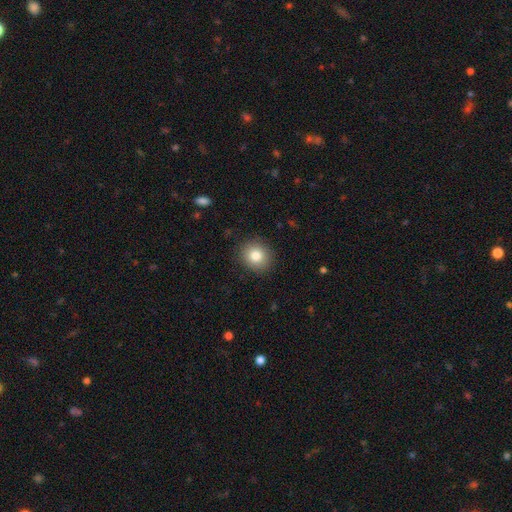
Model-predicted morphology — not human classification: Smooth or featured? smooth (82%)
How rounded? round (81%)
Merging? none (90%)